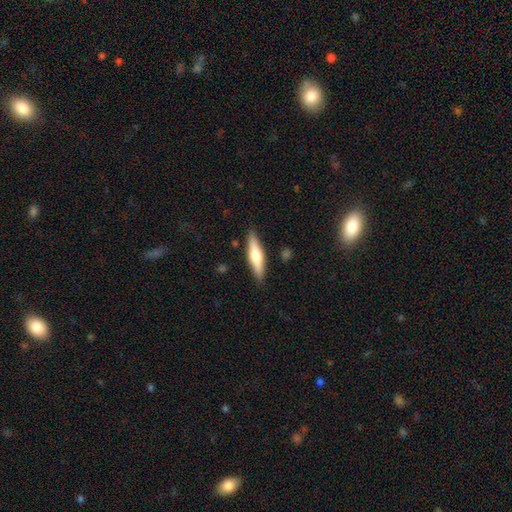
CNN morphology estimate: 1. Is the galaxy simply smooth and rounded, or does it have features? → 53% smooth, 41% featured or disk, 6% star or artifact.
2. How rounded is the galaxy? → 75% cigar-shaped, 23% in between, 2% round.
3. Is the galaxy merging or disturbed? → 87% none, 9% minor disturbance, 2% major disturbance, 2% merger.